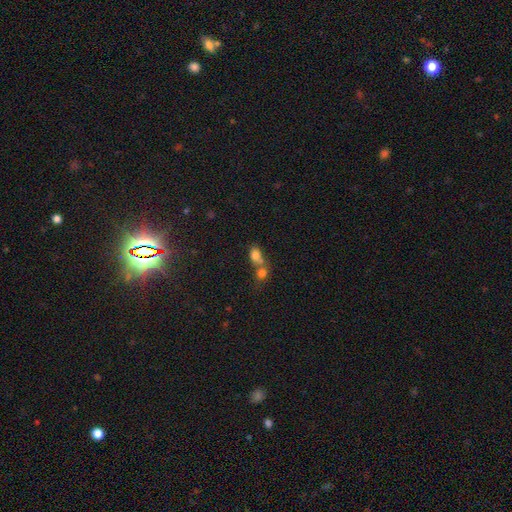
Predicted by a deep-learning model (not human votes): smooth 77%, star or artifact 11%, featured or disk 11%. Down the decision tree: how rounded — in between (64%); merging — merger (64%).